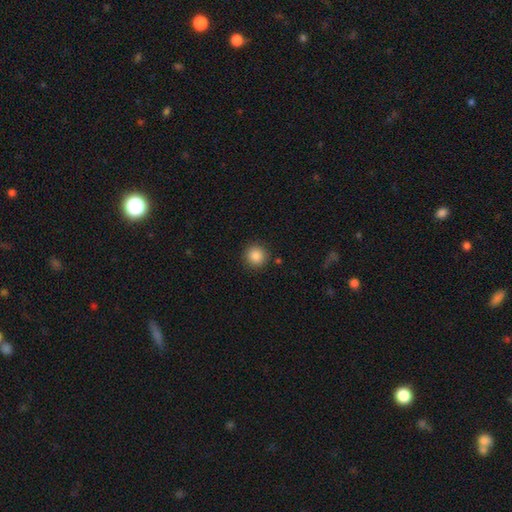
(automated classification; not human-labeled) This is clearly a smooth galaxy (86%). How rounded: clearly round (94%). Merging: clearly none (90%).